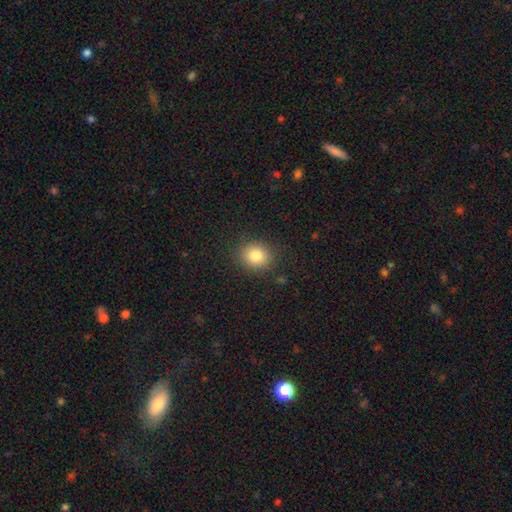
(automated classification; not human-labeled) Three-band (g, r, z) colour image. It shows a smooth galaxy with no disk features (82%) that is round (78%). Merging: none (88%).